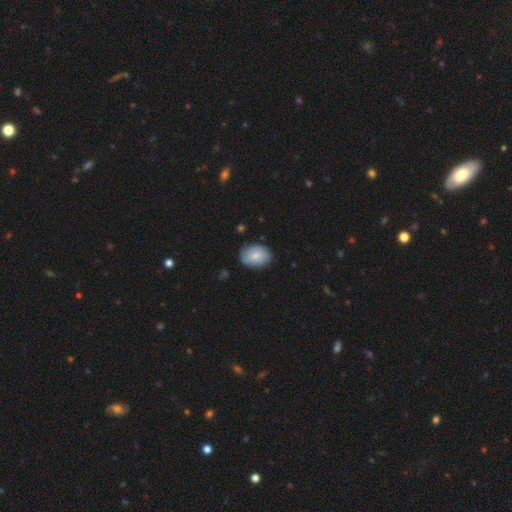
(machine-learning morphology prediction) A smooth galaxy with no disk features (73%) that is in between round and cigar-shaped (72%). Merging: none (78%).